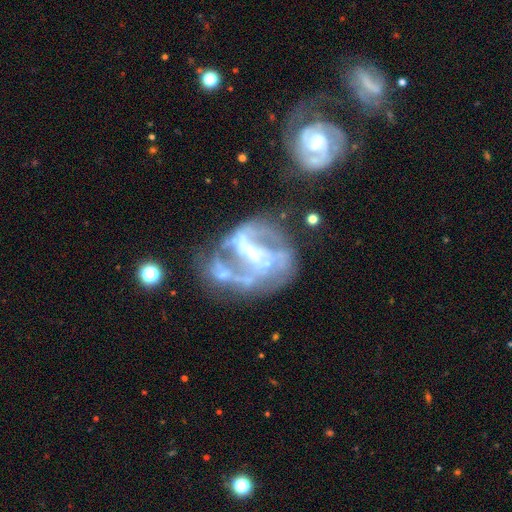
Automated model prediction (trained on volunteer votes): Smooth or featured: featured or disk — 83% (star or artifact — 9%)
Edge-on disk: no — 97% (yes — 3%)
Bar: strong — 40% (weak — 37%)
Spiral arms: yes — 76% (no — 24%)
Spiral winding: medium — 42% (loose — 34%)
Spiral arm count: 2 — 42% (can't tell — 27%)
Bulge size: small — 43% (moderate — 30%)
Merging: none — 36% (major disturbance — 31%)